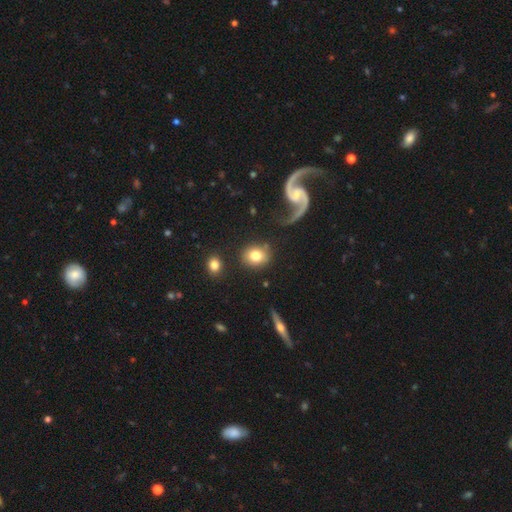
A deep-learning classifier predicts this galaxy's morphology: type=smooth (75%); roundness=round (71%); merging=none (79%).